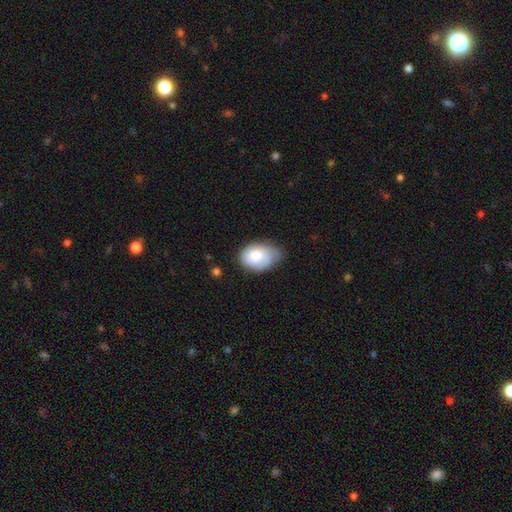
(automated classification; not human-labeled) This is likely a smooth galaxy (73%). How rounded: clearly in between (83%). Merging: possibly none (46%).